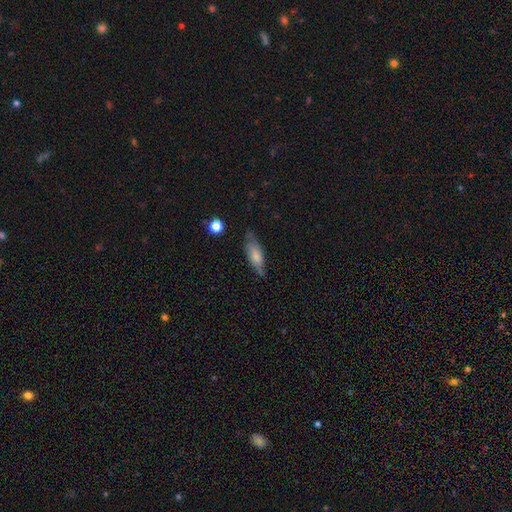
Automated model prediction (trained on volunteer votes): Morphology: type=smooth (66%); roundness=in between (67%); merging=none (60%).